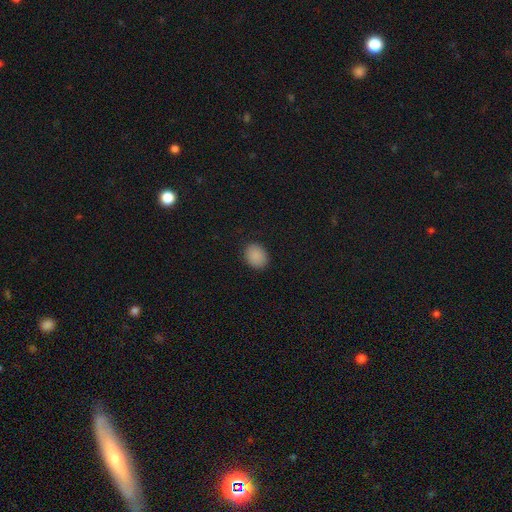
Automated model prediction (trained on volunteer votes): Smooth or featured: smooth — 88% (star or artifact — 9%)
How rounded: round — 55% (in between — 44%)
Merging: none — 89% (minor disturbance — 8%)